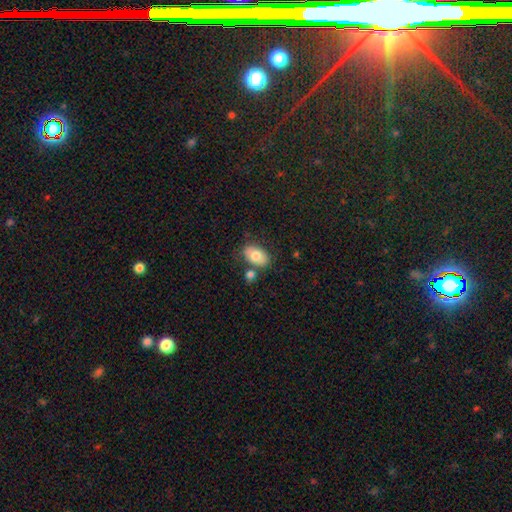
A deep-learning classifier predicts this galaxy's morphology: The model was most divided on "merging": none: 68%, minor disturbance: 14%, merger: 13%, major disturbance: 4%. More confident: how rounded — in between (89%); smooth or featured — smooth (78%).